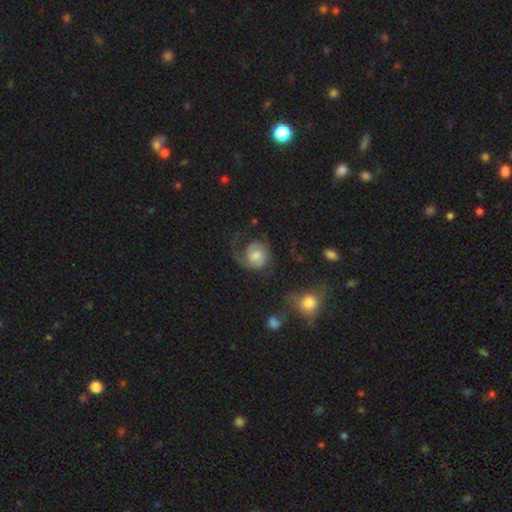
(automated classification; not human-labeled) Smooth or featured: featured or disk — 65% (smooth — 27%)
Edge-on disk: no — 98% (yes — 2%)
Bar: no — 66% (weak — 30%)
Spiral arms: yes — 90% (no — 10%)
Spiral winding: medium — 38% (tight — 36%)
Spiral arm count: 1 — 52% (2 — 33%)
Bulge size: moderate — 56% (small — 26%)
Merging: none — 48% (major disturbance — 30%)